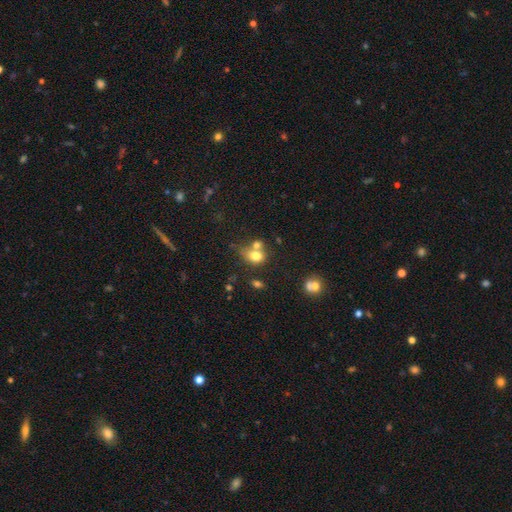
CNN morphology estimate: smooth-or-featured: smooth: 74% | featured or disk: 14% | star or artifact: 12%
  how-rounded: round: 50% | in between: 48% | cigar-shaped: 1%
  merging: merger: 45% | none: 36% | minor disturbance: 13% | major disturbance: 7%